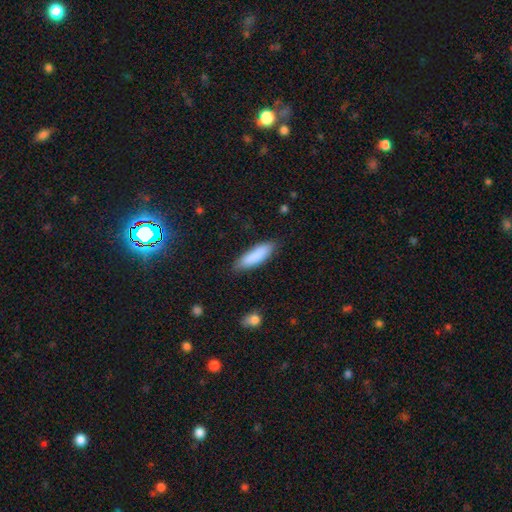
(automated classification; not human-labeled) Smooth or featured? smooth (87%)
How rounded? cigar-shaped (55%)
Merging? none (82%)